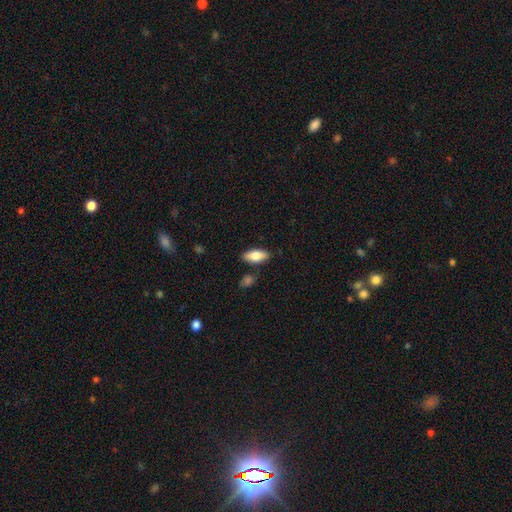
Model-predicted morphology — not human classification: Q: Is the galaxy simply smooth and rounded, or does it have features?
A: smooth — 77%.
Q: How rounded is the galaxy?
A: in between — 84%.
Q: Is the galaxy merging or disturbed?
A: none — 84%.